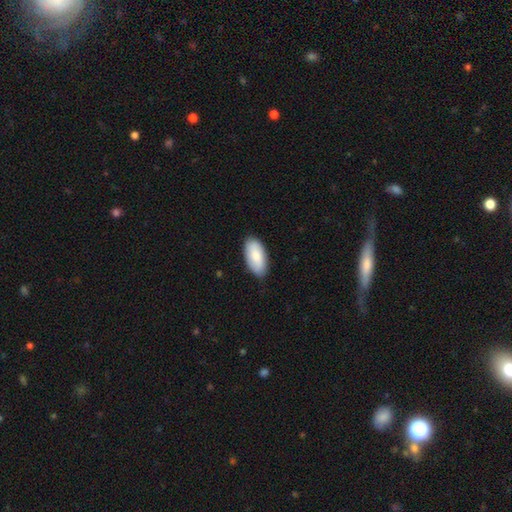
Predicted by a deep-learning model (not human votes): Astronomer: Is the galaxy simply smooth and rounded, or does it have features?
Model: smooth — 84%.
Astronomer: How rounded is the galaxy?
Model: in between — 93%.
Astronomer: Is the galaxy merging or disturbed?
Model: none — 84%.